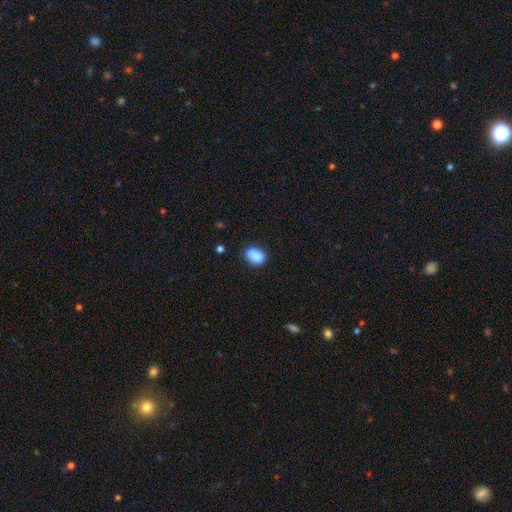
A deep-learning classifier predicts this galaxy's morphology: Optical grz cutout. It shows a smooth galaxy with no disk features (86%) that is in between round and cigar-shaped (74%). Merging: none (65%).